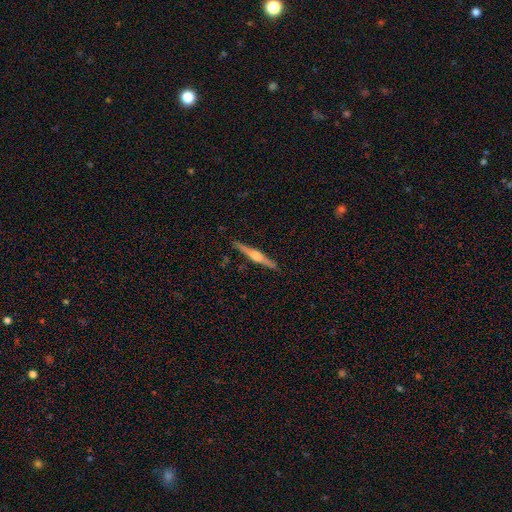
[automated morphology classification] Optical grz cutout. It shows a featured or disk galaxy (77%) viewed edge-on (98%) with a rounded central bulge (85%). Merging: none (91%).